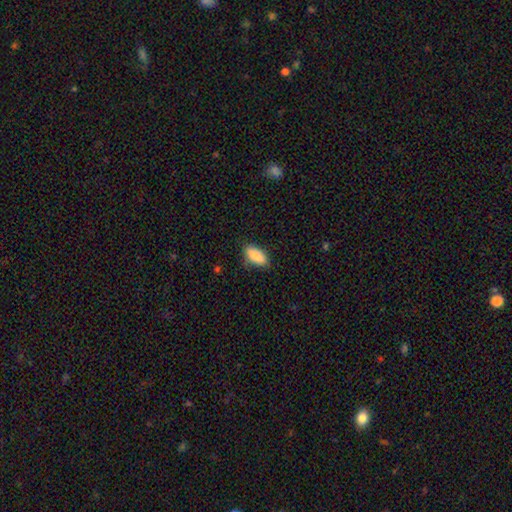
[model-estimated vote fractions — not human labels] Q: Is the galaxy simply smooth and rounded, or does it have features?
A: smooth — 85%.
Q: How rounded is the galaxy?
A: in between — 83%.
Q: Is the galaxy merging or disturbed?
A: none — 80%.